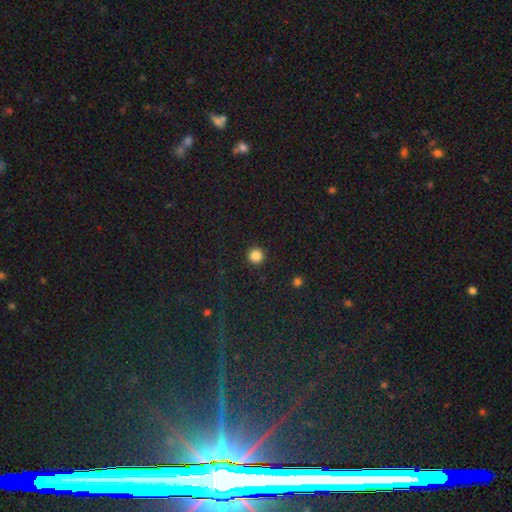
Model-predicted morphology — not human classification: smooth 85%, star or artifact 12%, featured or disk 3%. Down the decision tree: how rounded — round (96%); merging — none (93%).